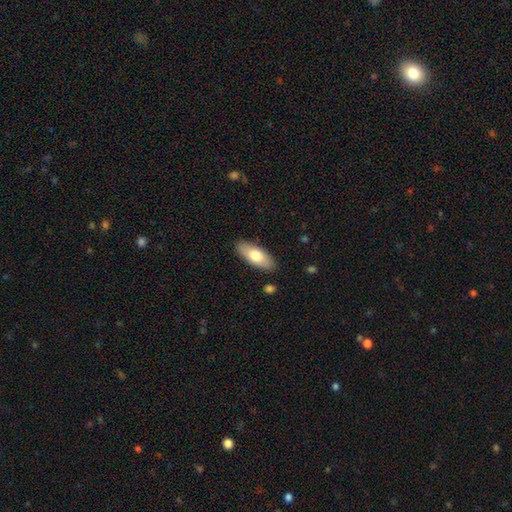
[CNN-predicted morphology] Smooth or featured? smooth (72%)
How rounded? in between (80%)
Merging? none (87%)